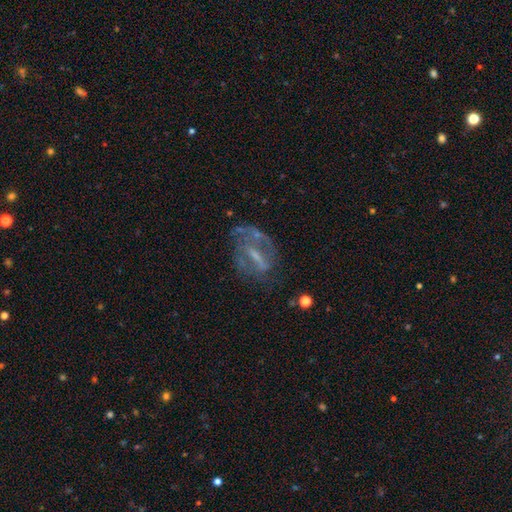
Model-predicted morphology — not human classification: Q: Smooth or featured?
A: featured or disk (68%); runner-up: smooth (19%)
Q: Edge-on disk?
A: no (89%); runner-up: yes (11%)
Q: Bar?
A: strong (37%); runner-up: weak (36%)
Q: Spiral arms?
A: yes (53%); runner-up: no (47%)
Q: Bulge size?
A: small (42%); runner-up: none (31%)
Q: Merging?
A: none (52%); runner-up: major disturbance (24%)